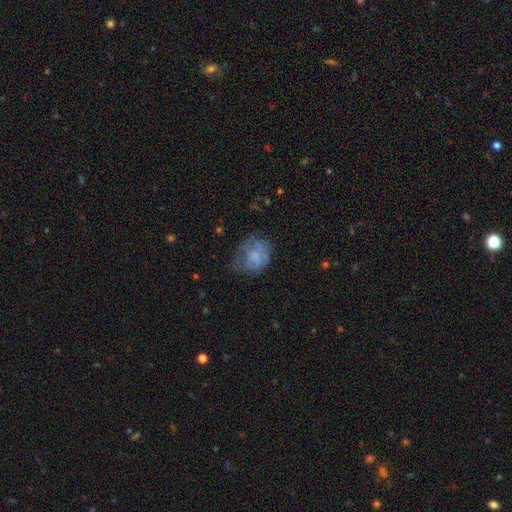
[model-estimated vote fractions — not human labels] smooth_or_featured: smooth (p=0.54) [alt: featured or disk p=0.35]
how_rounded: round (p=0.54) [alt: in between p=0.46]
merging: none (p=0.44) [alt: minor disturbance p=0.28]